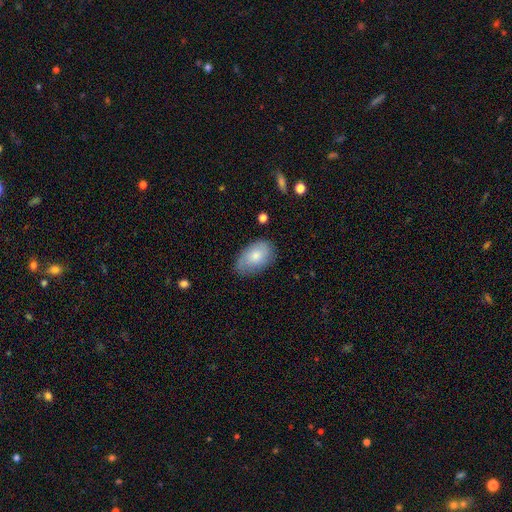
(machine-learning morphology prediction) smooth 73%, featured or disk 20%, star or artifact 7%. Down the decision tree: how rounded — in between (91%); merging — none (67%).